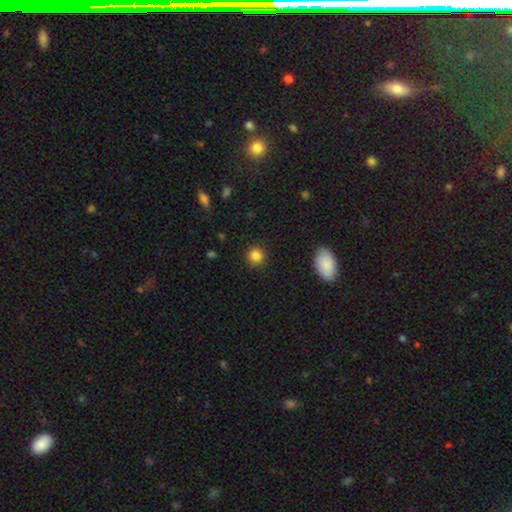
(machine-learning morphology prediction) Smooth or featured?
  - smooth: 85% *
  - star or artifact: 11%
  - featured or disk: 4%
How rounded?
  - round: 92% *
  - in between: 7%
  - cigar-shaped: 1%
Merging?
  - none: 90% *
  - minor disturbance: 6%
  - major disturbance: 2%
  - merger: 1%